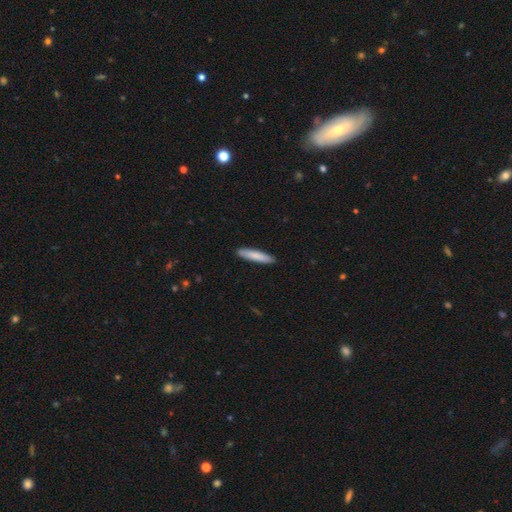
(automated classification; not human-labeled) Smooth or featured? smooth (84%)
How rounded? cigar-shaped (85%)
Merging? none (91%)